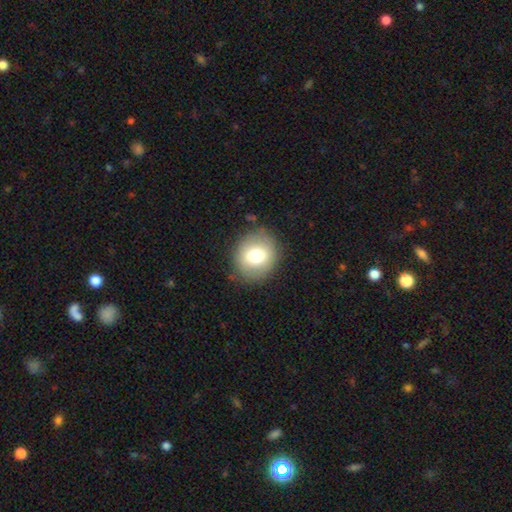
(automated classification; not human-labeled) smooth_or_featured: smooth (p=0.73) [alt: featured or disk p=0.18]
how_rounded: round (p=0.79) [alt: in between p=0.20]
merging: none (p=0.83) [alt: minor disturbance p=0.11]